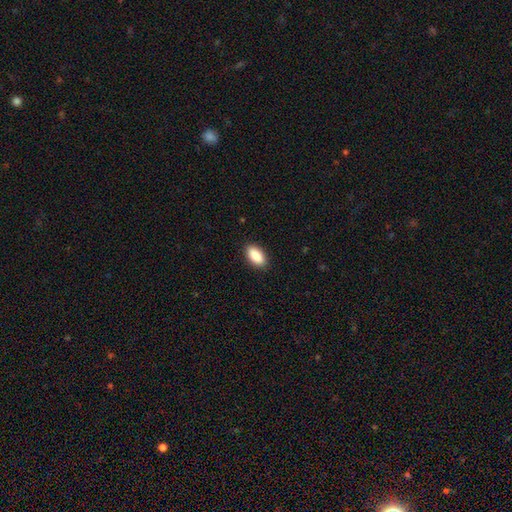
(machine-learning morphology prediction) Smooth or featured? smooth (89%)
How rounded? in between (92%)
Merging? none (90%)